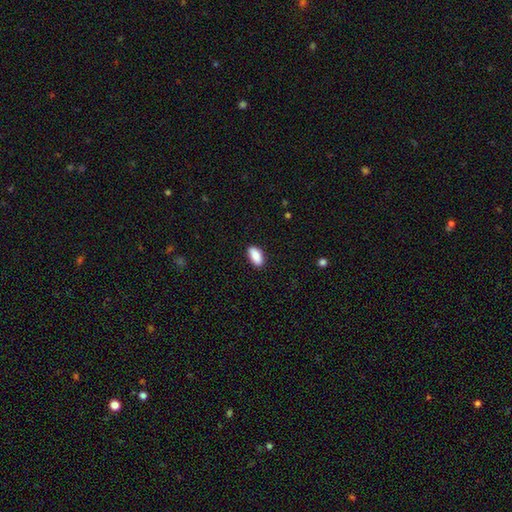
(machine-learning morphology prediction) smooth_or_featured: smooth (p=0.88) [alt: star or artifact p=0.07]
how_rounded: in between (p=0.90) [alt: cigar-shaped p=0.07]
merging: none (p=0.87) [alt: minor disturbance p=0.09]